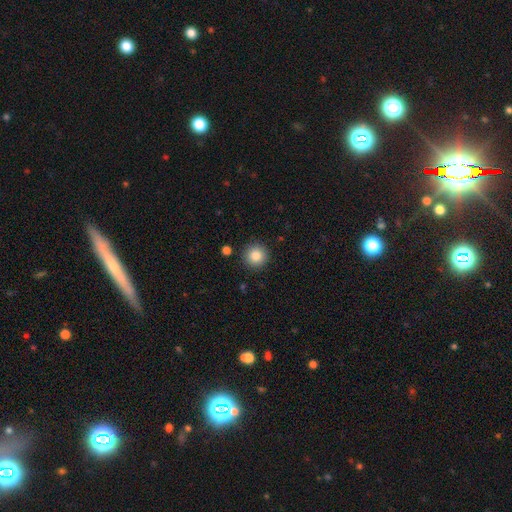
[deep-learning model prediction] Smooth or featured? Predicted: smooth (p=0.85). How rounded? Predicted: round (p=0.95). Merging? Predicted: none (p=0.91).